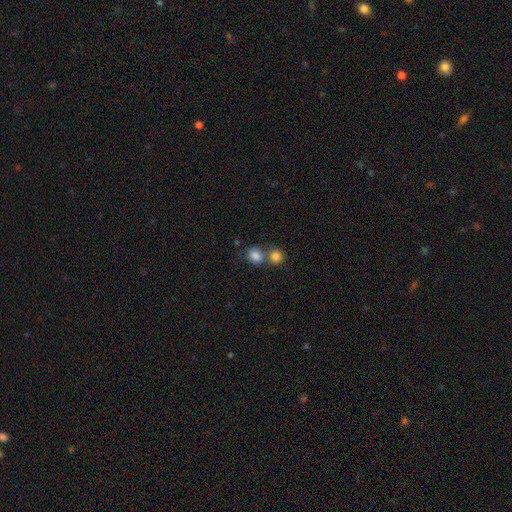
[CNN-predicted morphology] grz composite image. It shows a smooth galaxy with no disk features (83%) that is round (69%). Merging: none (45%).